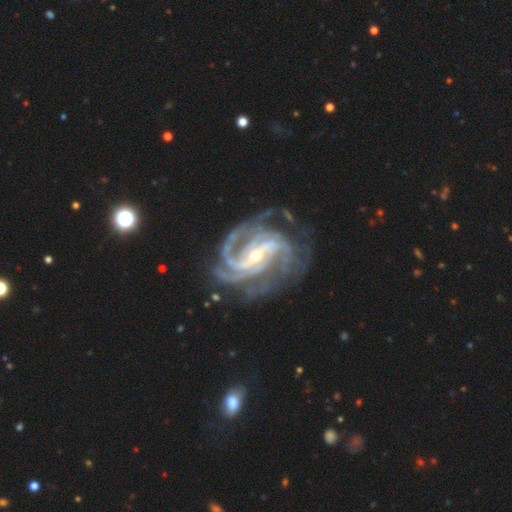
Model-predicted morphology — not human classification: Smooth or featured?
  - featured or disk: 94% *
  - star or artifact: 4%
  - smooth: 2%
Edge-on disk?
  - no: 98% *
  - yes: 2%
Bar?
  - strong: 50% *
  - weak: 35%
  - no: 14%
Spiral arms?
  - yes: 99% *
  - no: 1%
Spiral winding?
  - tight: 47% *
  - medium: 44%
  - loose: 9%
Spiral arm count?
  - 3: 31% *
  - 4: 23%
  - 2: 19%
  - can't tell: 12%
  - more than 4: 9%
  - 1: 7%
Bulge size?
  - small: 58% *
  - moderate: 39%
  - large: 2%
  - none: 1%
  - dominant: 1%
Merging?
  - none: 66% *
  - minor disturbance: 19%
  - major disturbance: 14%
  - merger: 2%